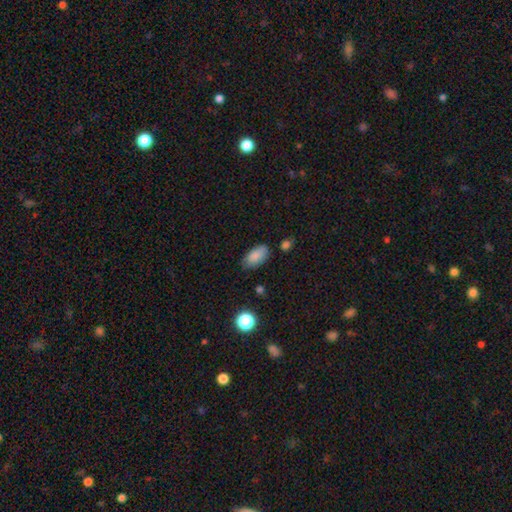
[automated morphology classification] A smooth galaxy with no disk features (85%) that is in between round and cigar-shaped (93%). Merging: none (73%).